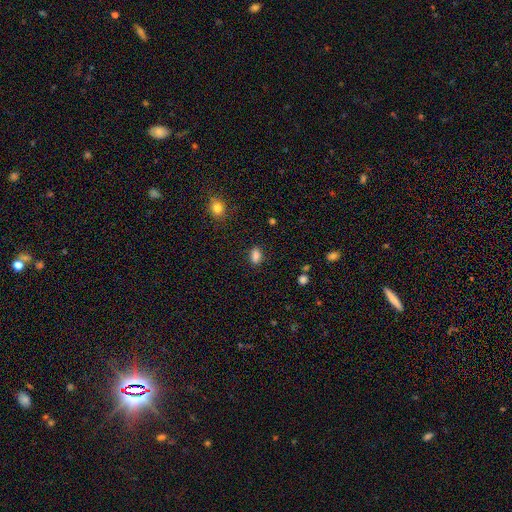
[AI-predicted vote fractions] This is clearly a smooth galaxy (85%). How rounded: clearly in between (85%). Merging: clearly none (85%).